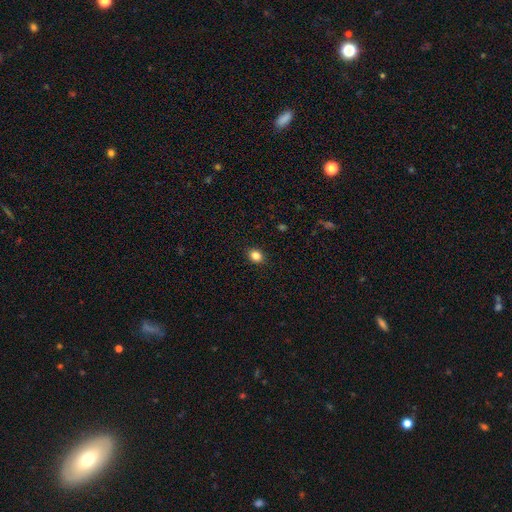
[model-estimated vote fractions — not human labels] This is clearly a smooth galaxy (85%). How rounded: possibly round (56%). Merging: clearly none (90%).